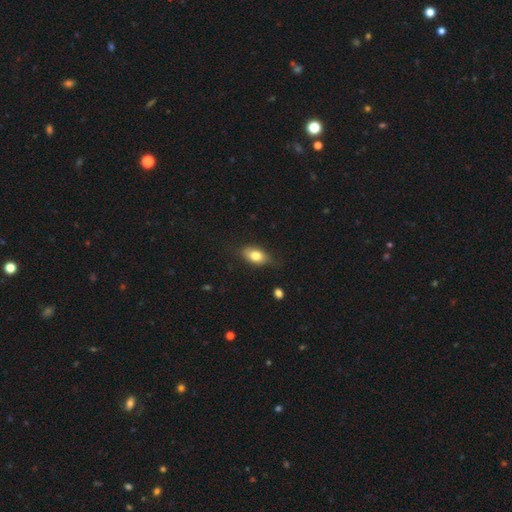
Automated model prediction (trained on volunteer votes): Smooth or featured: smooth — 79% (featured or disk — 14%)
How rounded: in between — 87% (round — 9%)
Merging: none — 77% (minor disturbance — 18%)